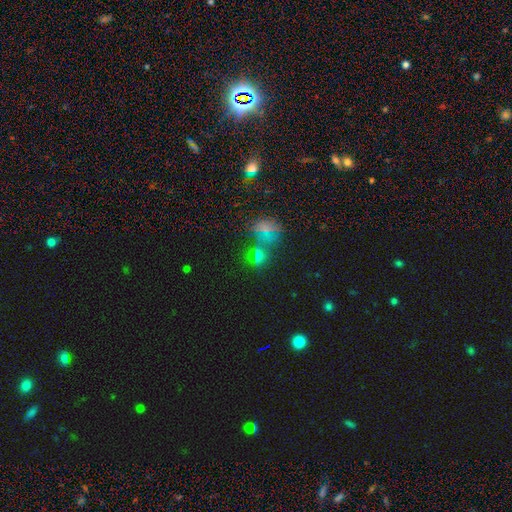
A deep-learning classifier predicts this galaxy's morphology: Smooth or featured? Predicted: star or artifact (p=0.48).